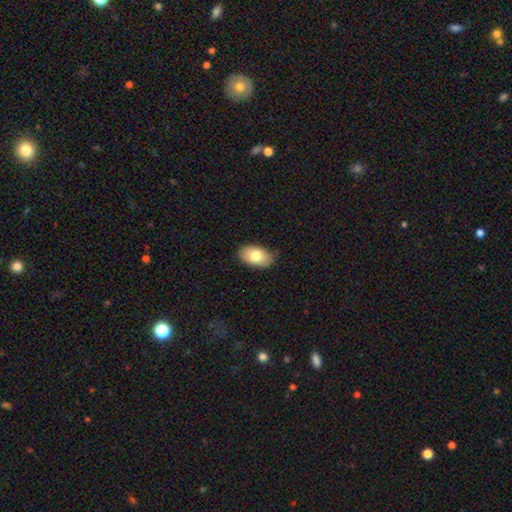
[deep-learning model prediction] Smooth or featured? smooth (79%)
How rounded? in between (93%)
Merging? none (84%)